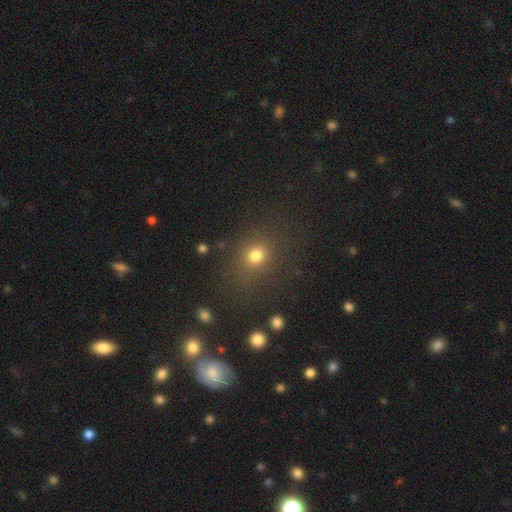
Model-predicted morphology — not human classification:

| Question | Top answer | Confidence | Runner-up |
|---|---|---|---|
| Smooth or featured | smooth | 75% | star or artifact (18%) |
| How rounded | round | 68% | in between (30%) |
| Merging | none | 79% | minor disturbance (11%) |